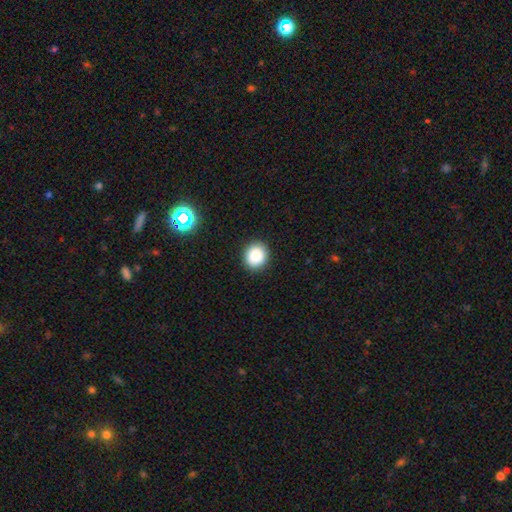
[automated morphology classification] Smooth or featured?
  - smooth: 86% *
  - star or artifact: 10%
  - featured or disk: 4%
How rounded?
  - round: 76% *
  - in between: 23%
  - cigar-shaped: 1%
Merging?
  - none: 91% *
  - minor disturbance: 6%
  - major disturbance: 2%
  - merger: 1%